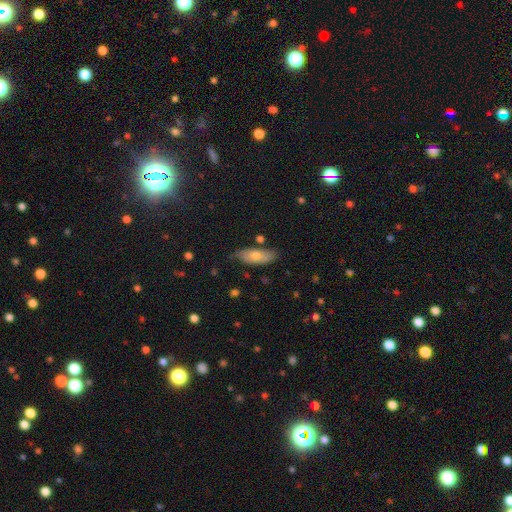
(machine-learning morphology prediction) This is likely a smooth galaxy (65%). How rounded: likely in between (71%). Merging: likely none (71%).